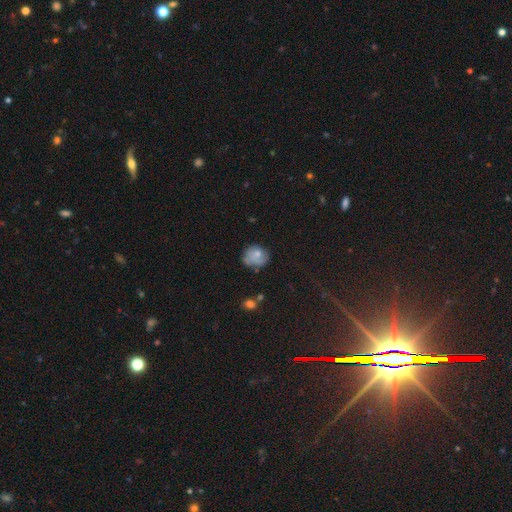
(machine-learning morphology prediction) Smooth or featured? Predicted: smooth (p=0.68). How rounded? Predicted: round (p=0.62). Merging? Predicted: none (p=0.54).